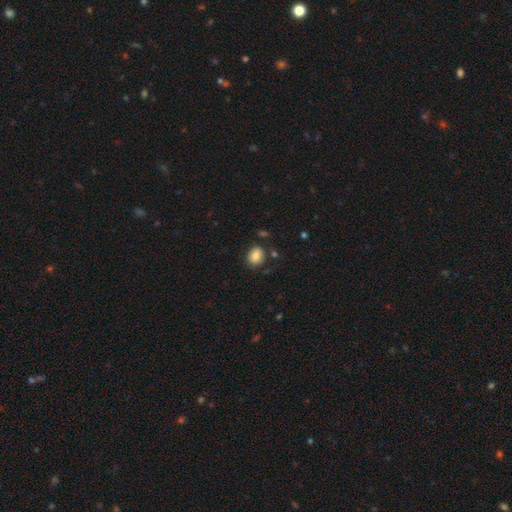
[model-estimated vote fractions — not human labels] This appears to be a smooth galaxy with no disk features (84%) that is in between round and cigar-shaped (56%). Merging: none (80%).